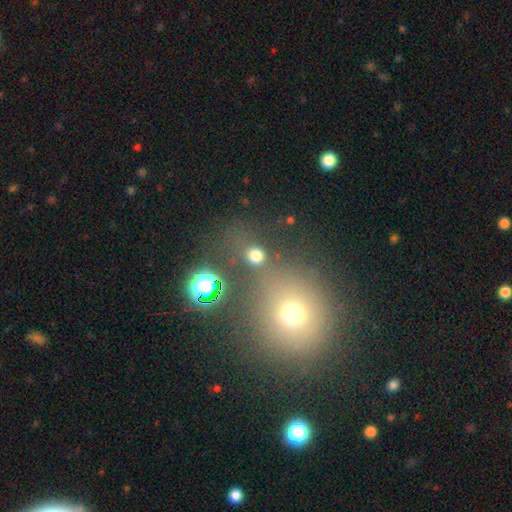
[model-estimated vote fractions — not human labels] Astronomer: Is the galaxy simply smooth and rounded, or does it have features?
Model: smooth — 71%.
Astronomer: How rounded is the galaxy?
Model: round — 77%.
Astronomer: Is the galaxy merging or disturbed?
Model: none — 74%.